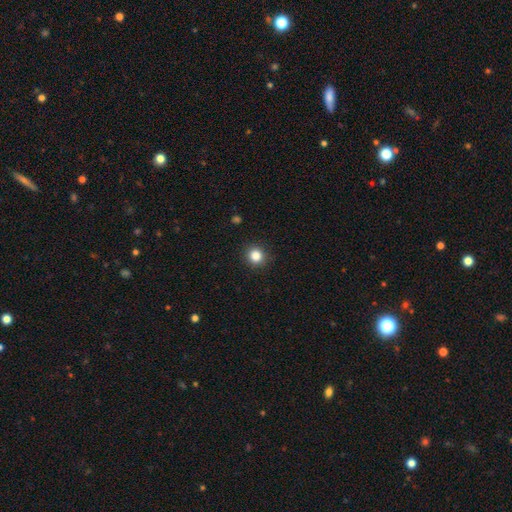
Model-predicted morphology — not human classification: Smooth or featured? Predicted: smooth (p=0.84). How rounded? Predicted: round (p=0.90). Merging? Predicted: none (p=0.91).